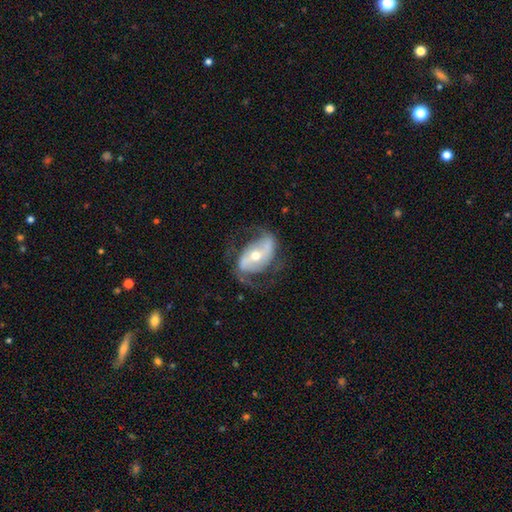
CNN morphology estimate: Smooth or featured?
  - featured or disk: 82% *
  - smooth: 12%
  - star or artifact: 6%
Edge-on disk?
  - no: 95% *
  - yes: 5%
Bar?
  - strong: 42% *
  - weak: 31%
  - no: 27%
Spiral arms?
  - yes: 90% *
  - no: 10%
Spiral winding?
  - loose: 43% *
  - medium: 42%
  - tight: 15%
Spiral arm count?
  - 2: 88% *
  - can't tell: 5%
  - 1: 3%
  - 3: 1%
  - 4: 1%
  - more than 4: 1%
Bulge size?
  - moderate: 57% *
  - small: 38%
  - large: 3%
  - dominant: 1%
  - none: 1%
Merging?
  - none: 67% *
  - minor disturbance: 17%
  - major disturbance: 14%
  - merger: 1%